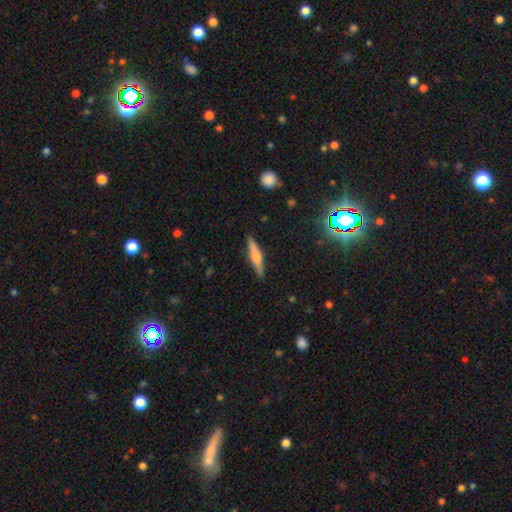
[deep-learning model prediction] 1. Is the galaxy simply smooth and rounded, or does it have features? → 51% smooth, 43% featured or disk, 6% star or artifact.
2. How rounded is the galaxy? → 86% cigar-shaped, 12% in between, 2% round.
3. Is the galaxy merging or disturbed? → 89% none, 8% minor disturbance, 2% major disturbance, 1% merger.